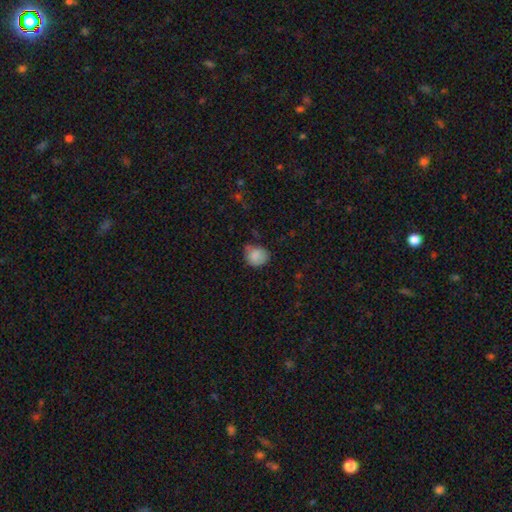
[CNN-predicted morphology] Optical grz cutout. It shows a smooth galaxy with no disk features (83%) that is round (67%). Merging: none (55%).